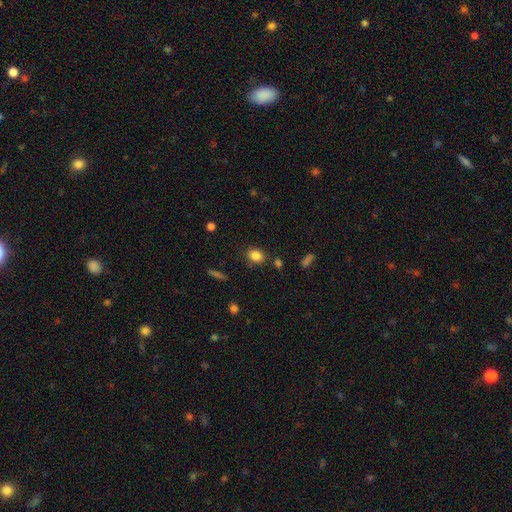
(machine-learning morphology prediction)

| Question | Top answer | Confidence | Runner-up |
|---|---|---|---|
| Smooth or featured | smooth | 84% | star or artifact (10%) |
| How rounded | in between | 56% | round (42%) |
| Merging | none | 81% | minor disturbance (11%) |